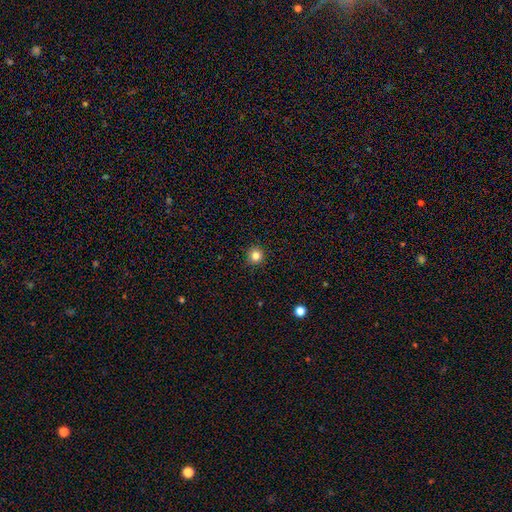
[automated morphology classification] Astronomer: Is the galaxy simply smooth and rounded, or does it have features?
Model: smooth — 83%.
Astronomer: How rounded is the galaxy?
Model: round — 95%.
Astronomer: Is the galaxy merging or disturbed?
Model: none — 92%.